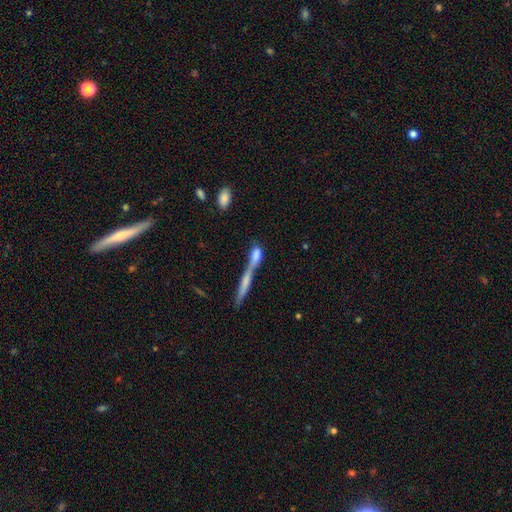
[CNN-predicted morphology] Smooth or featured? smooth (64%)
How rounded? in between (45%, tied with cigar-shaped)
Merging? merger (66%)